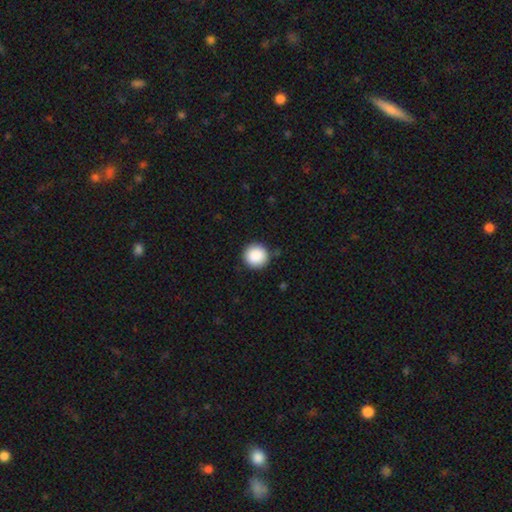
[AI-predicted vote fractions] Overall: smooth (89%). How rounded: round (96%). Merging: none (90%).